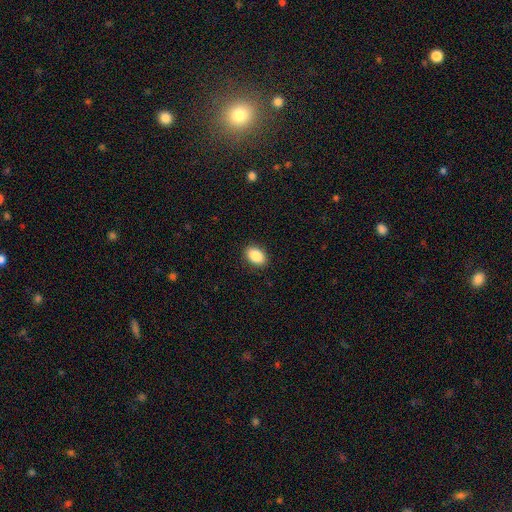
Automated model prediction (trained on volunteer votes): This is clearly a smooth galaxy (88%). How rounded: clearly in between (86%). Merging: clearly none (89%).